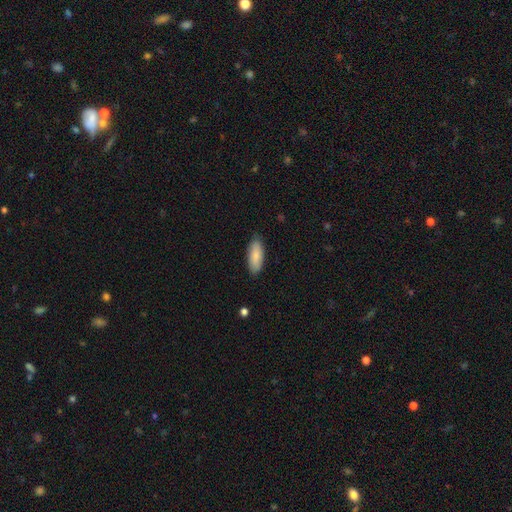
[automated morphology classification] This is clearly a smooth galaxy (84%). How rounded: likely in between (78%). Merging: clearly none (84%).